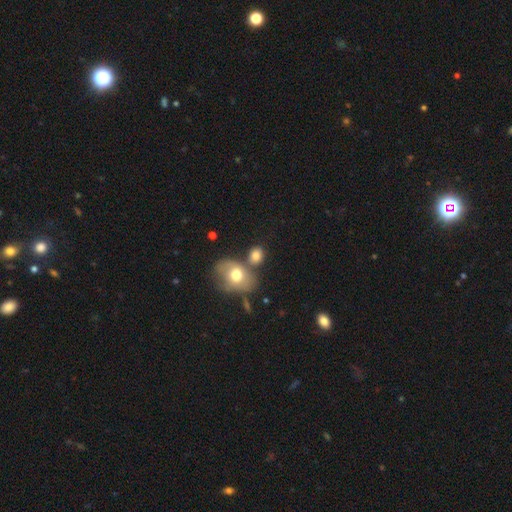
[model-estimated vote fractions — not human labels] A smooth galaxy with no disk features (77%) that is in between round and cigar-shaped (53%). Merging: none (53%).